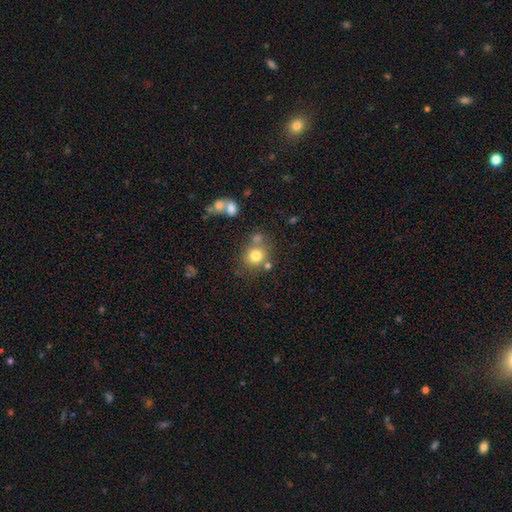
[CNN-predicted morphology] smooth_or_featured: smooth (p=0.77) [alt: star or artifact p=0.12]
how_rounded: round (p=0.80) [alt: in between p=0.19]
merging: none (p=0.65) [alt: merger p=0.18]